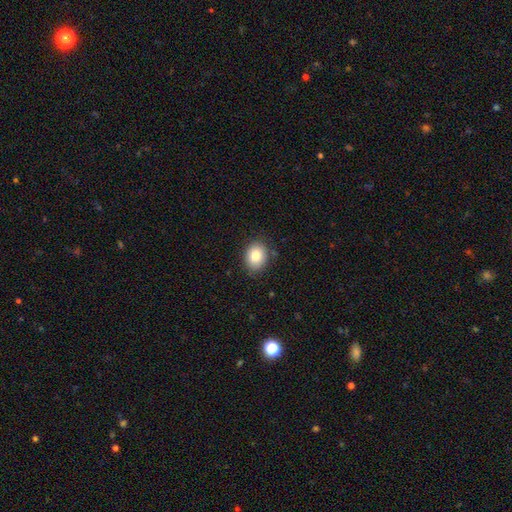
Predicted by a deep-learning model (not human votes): A smooth galaxy with no disk features (84%) that is in between round and cigar-shaped (54%). Merging: none (83%).